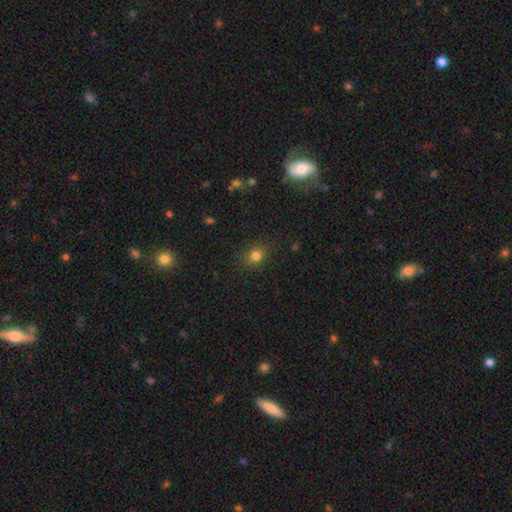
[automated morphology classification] type=smooth (80%); roundness=round (72%); merging=none (84%).